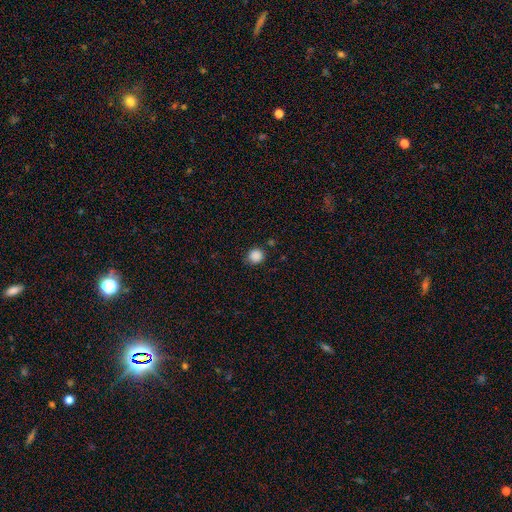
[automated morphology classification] Q: Smooth or featured?
A: smooth (87%); runner-up: star or artifact (11%)
Q: How rounded?
A: round (92%); runner-up: in between (7%)
Q: Merging?
A: none (85%); runner-up: minor disturbance (10%)